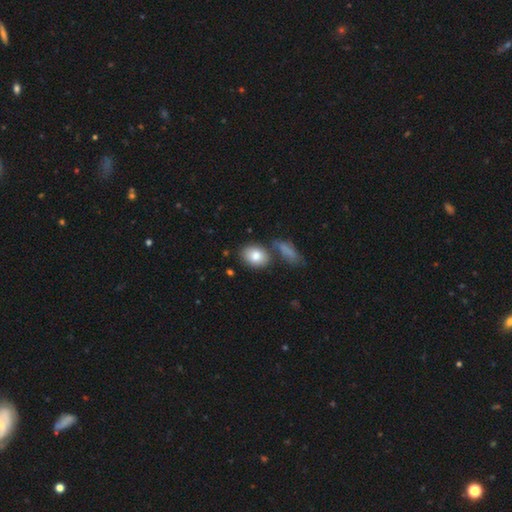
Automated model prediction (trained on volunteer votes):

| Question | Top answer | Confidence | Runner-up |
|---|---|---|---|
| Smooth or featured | smooth | 83% | featured or disk (10%) |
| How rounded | in between | 69% | round (29%) |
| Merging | none | 67% | merger (15%) |